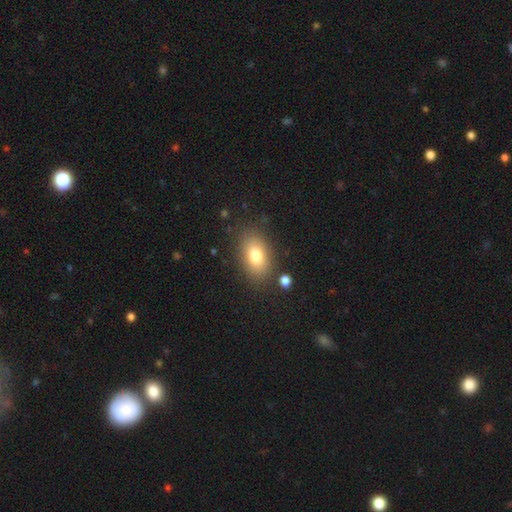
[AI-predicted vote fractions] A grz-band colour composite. It shows a smooth galaxy with no disk features (79%) that is in between round and cigar-shaped (87%). Merging: none (82%).